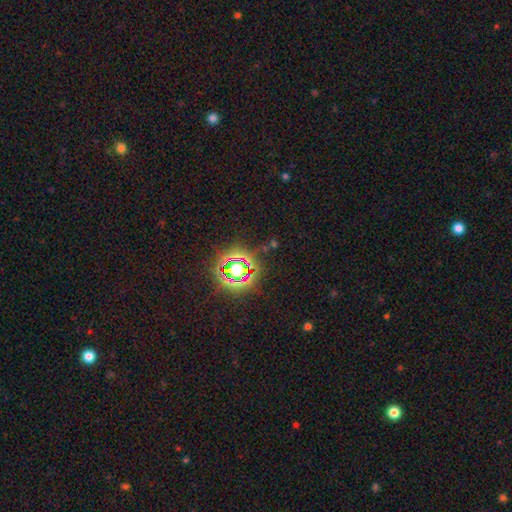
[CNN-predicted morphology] Overall: star or artifact (80%).